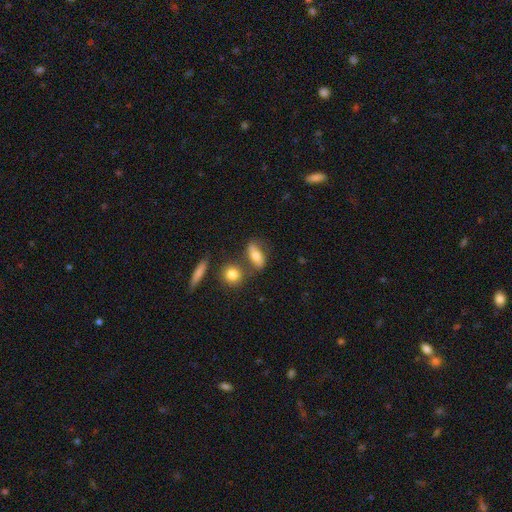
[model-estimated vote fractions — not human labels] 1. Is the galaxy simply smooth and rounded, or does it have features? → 71% smooth, 21% featured or disk, 8% star or artifact.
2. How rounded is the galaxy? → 73% in between, 18% cigar-shaped, 9% round.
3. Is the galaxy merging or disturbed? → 62% none, 17% merger, 16% minor disturbance, 6% major disturbance.